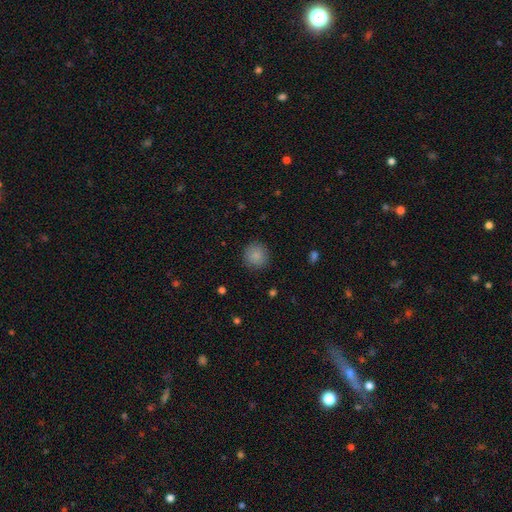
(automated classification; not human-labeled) This appears to be a smooth galaxy with no disk features (87%) that is round (92%). Merging: none (88%).